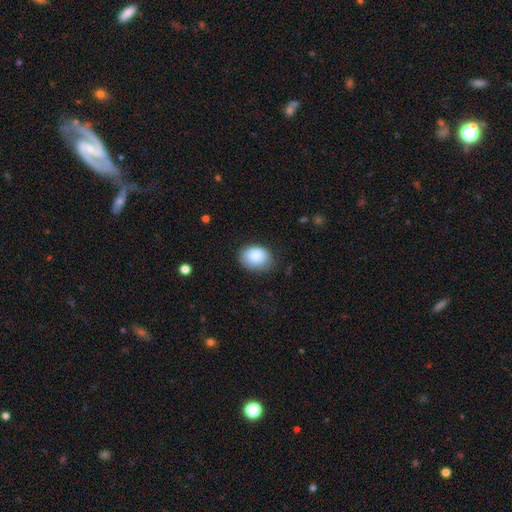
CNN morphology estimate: type=smooth (85%); roundness=in between (66%); merging=none (72%).